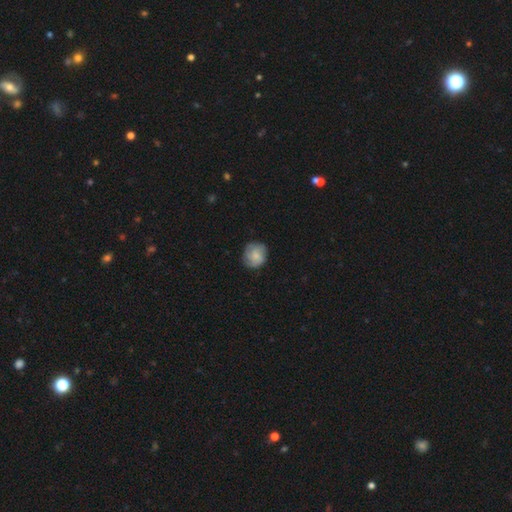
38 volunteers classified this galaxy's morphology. smooth 55%, featured or disk 45%, star or artifact 0%. Down the decision tree: how rounded — round (90%); merging — none (71%).